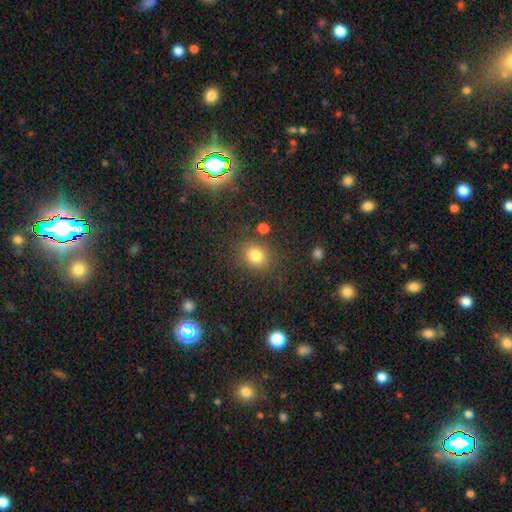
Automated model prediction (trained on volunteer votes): Overall: smooth (78%). How rounded: round (64%; in between 35%). Merging: none (80%).